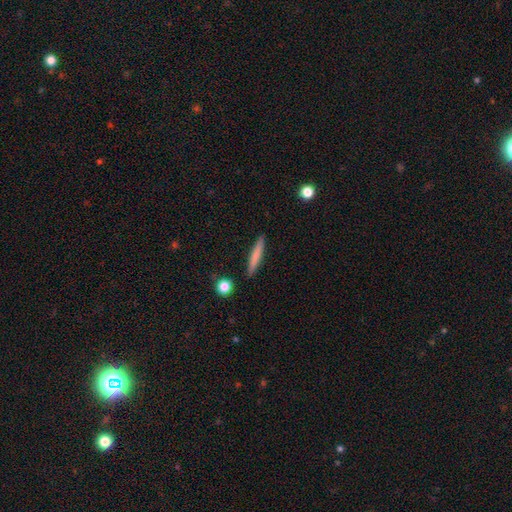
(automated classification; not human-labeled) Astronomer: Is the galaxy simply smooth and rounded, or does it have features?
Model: smooth — 73%.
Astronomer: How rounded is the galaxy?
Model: cigar-shaped — 94%.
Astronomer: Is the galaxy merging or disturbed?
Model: none — 89%.